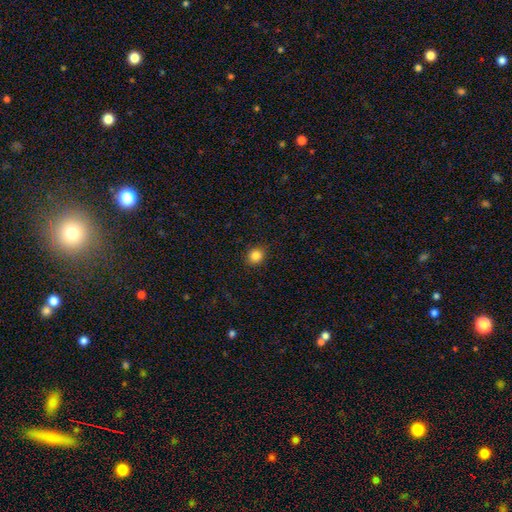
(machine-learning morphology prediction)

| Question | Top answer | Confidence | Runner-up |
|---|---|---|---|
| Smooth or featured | smooth | 84% | star or artifact (11%) |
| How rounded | round | 81% | in between (19%) |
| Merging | none | 90% | minor disturbance (7%) |